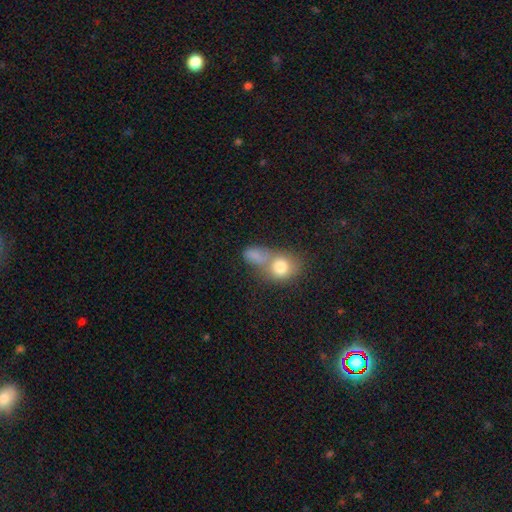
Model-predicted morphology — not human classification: Q: Smooth or featured?
A: smooth (78%); runner-up: featured or disk (11%)
Q: How rounded?
A: in between (59%); runner-up: round (38%)
Q: Merging?
A: merger (56%); runner-up: none (26%)